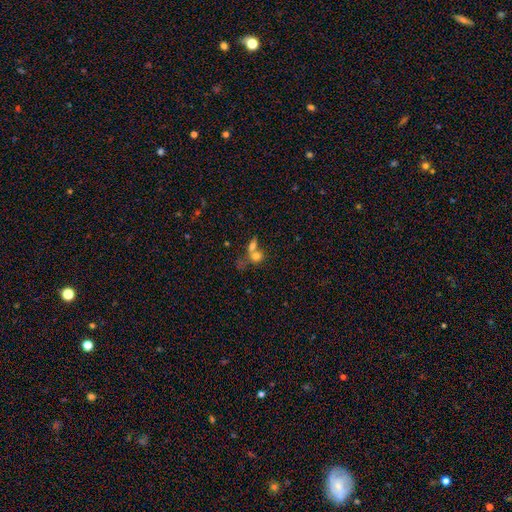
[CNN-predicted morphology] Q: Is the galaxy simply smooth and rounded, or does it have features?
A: smooth — 69%.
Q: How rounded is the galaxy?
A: round — 52%.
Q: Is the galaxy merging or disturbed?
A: merger — 61%.